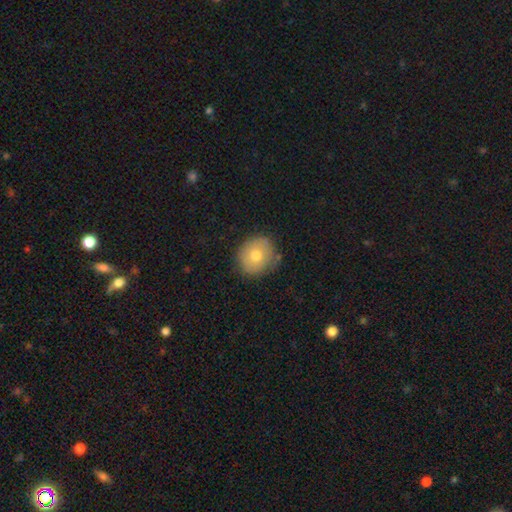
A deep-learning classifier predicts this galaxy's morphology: Smooth or featured: smooth — 71% (featured or disk — 19%)
How rounded: round — 83% (in between — 16%)
Merging: none — 78% (minor disturbance — 16%)